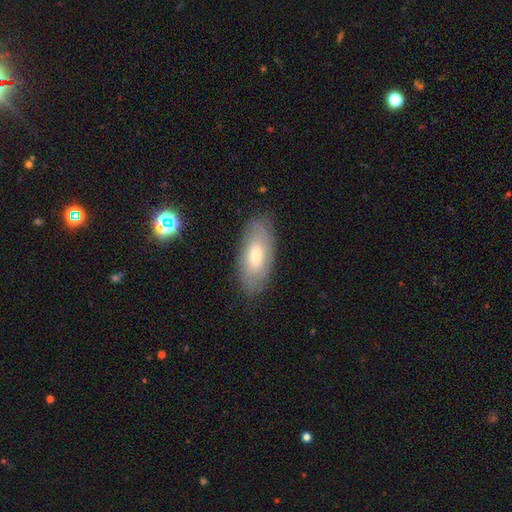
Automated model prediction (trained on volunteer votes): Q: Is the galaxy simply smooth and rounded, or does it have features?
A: featured or disk — 49%.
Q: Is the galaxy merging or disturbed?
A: none — 82%.